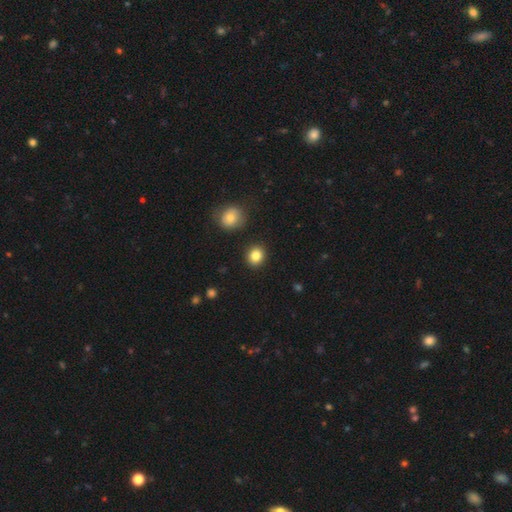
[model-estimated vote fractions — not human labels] smooth_or_featured: smooth (p=0.84) [alt: star or artifact p=0.10]
how_rounded: round (p=0.80) [alt: in between p=0.19]
merging: none (p=0.90) [alt: minor disturbance p=0.06]